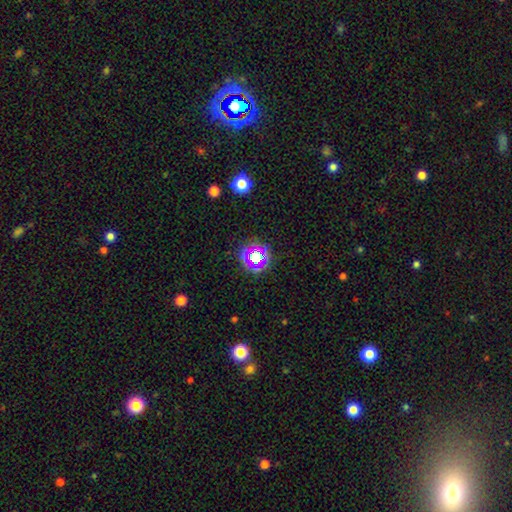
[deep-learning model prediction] This appears to be a star or artifact, not a galaxy (57%).